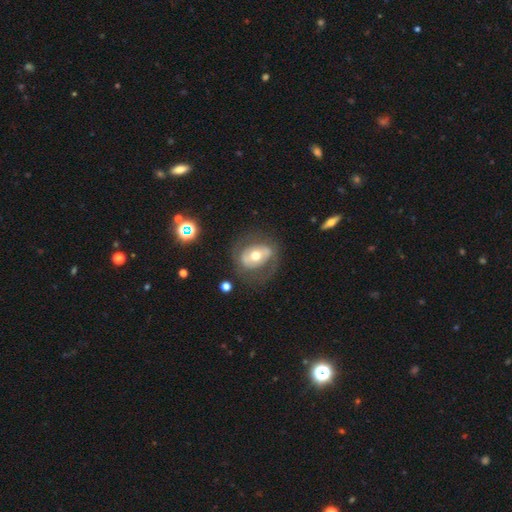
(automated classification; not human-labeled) The model was most divided on "bar": no: 48%, weak: 27%, strong: 25%. More confident: edge-on disk — no (94%); bulge size — moderate (72%); merging — none (66%); spiral arms — no (64%); smooth or featured — featured or disk (59%).